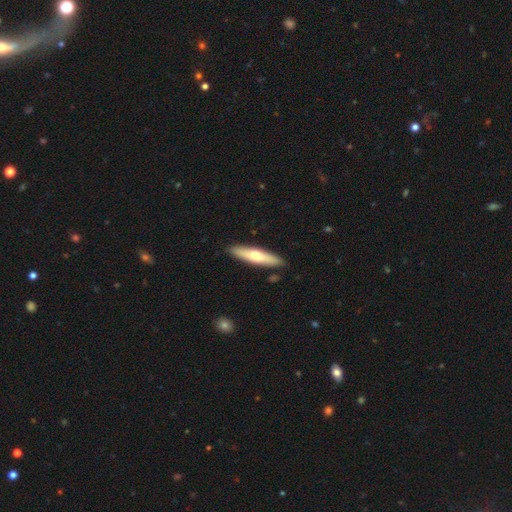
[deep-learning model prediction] smooth_or_featured: smooth (p=0.55) [alt: featured or disk p=0.40]
how_rounded: cigar-shaped (p=0.78) [alt: in between p=0.20]
merging: none (p=0.89) [alt: minor disturbance p=0.08]